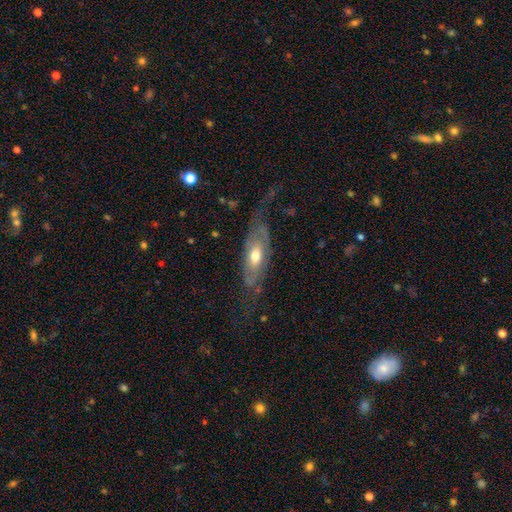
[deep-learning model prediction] Overall: featured or disk (71%). Edge-on disk: no (73%). Bar: no (72%). Spiral arms: yes (72%). Bulge size: moderate (73%). Merging: none (58%; minor disturbance 21%).